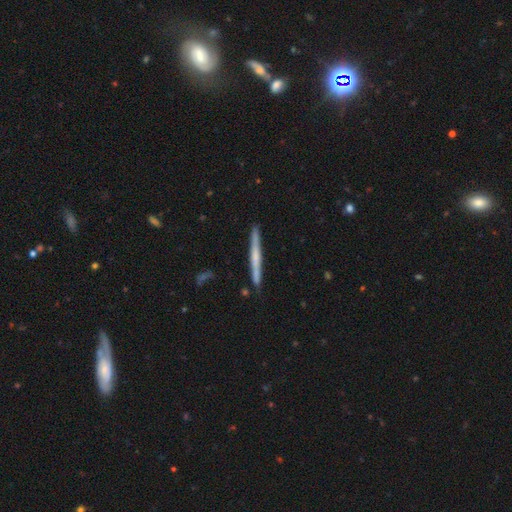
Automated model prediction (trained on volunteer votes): smooth_or_featured: featured or disk (p=0.58) [alt: smooth p=0.36]
disk_edge_on: yes (p=0.97) [alt: no p=0.03]
edge_on_bulge: none (p=0.55) [alt: rounded p=0.36]
merging: none (p=0.90) [alt: minor disturbance p=0.07]